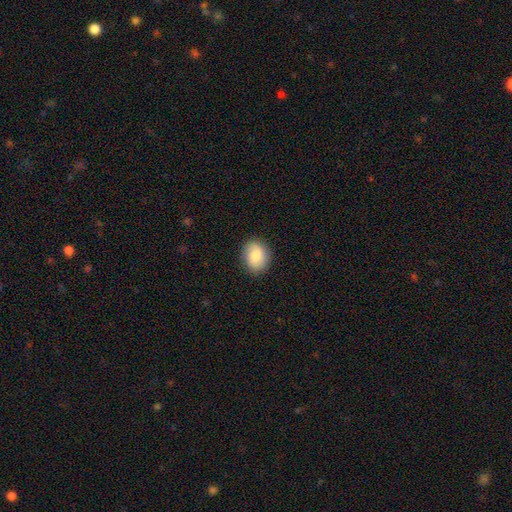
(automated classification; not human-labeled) The model was most divided on "how rounded": in between: 51%, round: 48%, cigar-shaped: 1%. More confident: merging — none (86%); smooth or featured — smooth (80%).